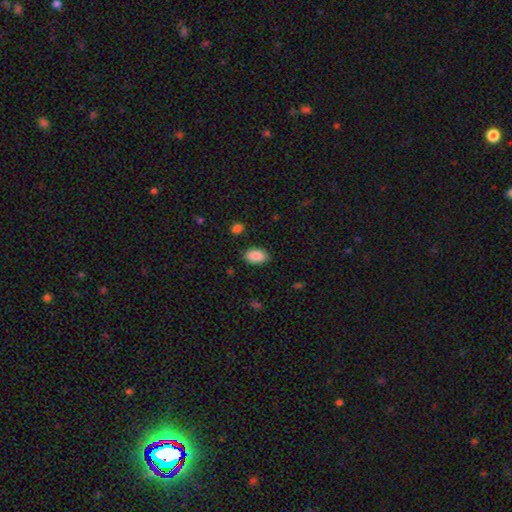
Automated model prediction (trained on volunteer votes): Morphology: type=smooth (87%); roundness=in between (93%); merging=none (87%).